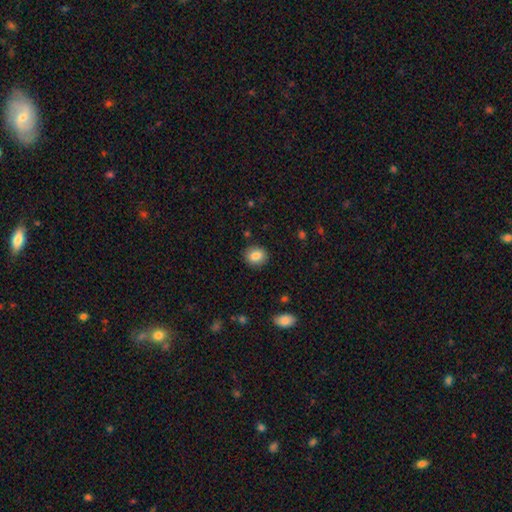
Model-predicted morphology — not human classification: A smooth galaxy with no disk features (85%) that is round (66%). Merging: none (88%).